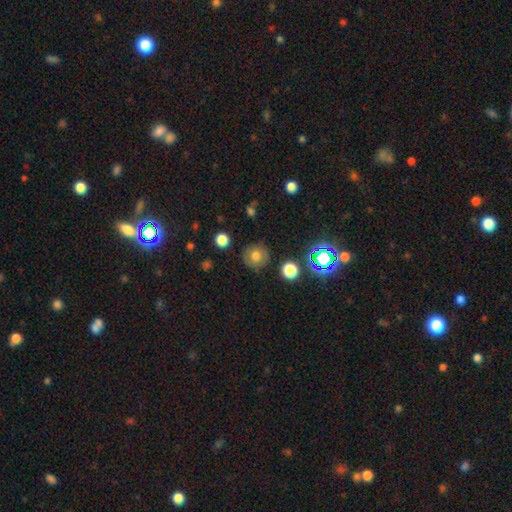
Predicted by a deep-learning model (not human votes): Morphology: type=smooth (70%); roundness=round (92%); merging=none (84%).